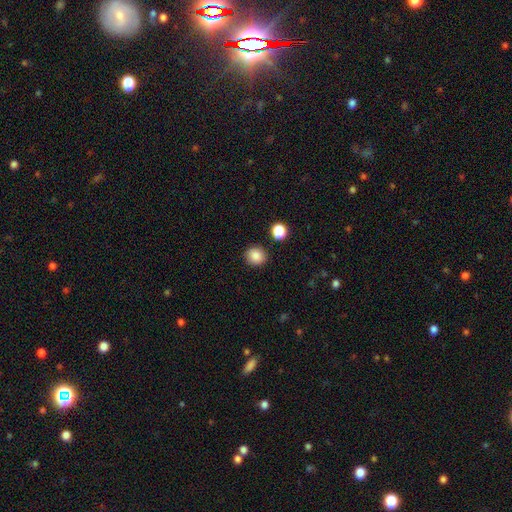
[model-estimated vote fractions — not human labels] A smooth galaxy with no disk features (86%) that is round (88%).

Vote fractions:
- Smooth or featured? smooth: 86% / star or artifact: 10% / featured or disk: 4%
- How rounded? round: 88% / in between: 11% / cigar-shaped: 1%
- Merging? none: 89% / minor disturbance: 6% / merger: 2% / major disturbance: 2%